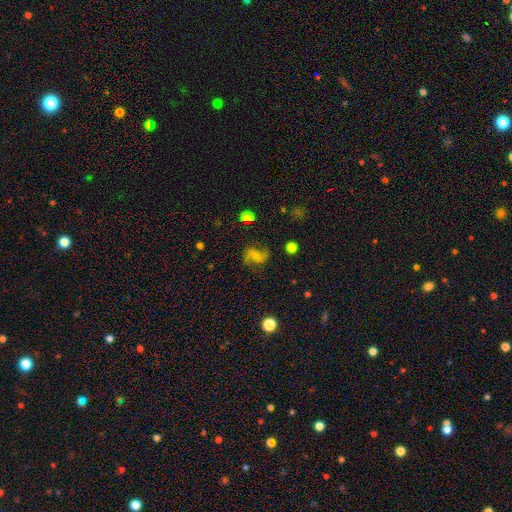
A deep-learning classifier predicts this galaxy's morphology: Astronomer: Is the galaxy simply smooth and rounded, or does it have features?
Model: featured or disk — 60%.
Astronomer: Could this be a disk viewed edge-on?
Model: no — 97%.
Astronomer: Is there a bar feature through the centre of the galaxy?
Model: weak — 45% (runner-up: no, 36%).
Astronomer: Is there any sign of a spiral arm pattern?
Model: yes — 91%.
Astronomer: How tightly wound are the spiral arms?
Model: loose — 58% (runner-up: medium, 34%).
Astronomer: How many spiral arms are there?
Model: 2 — 90%.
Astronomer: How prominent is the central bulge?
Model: small — 39% (runner-up: none, 32%).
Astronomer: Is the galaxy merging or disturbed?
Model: none — 72%.